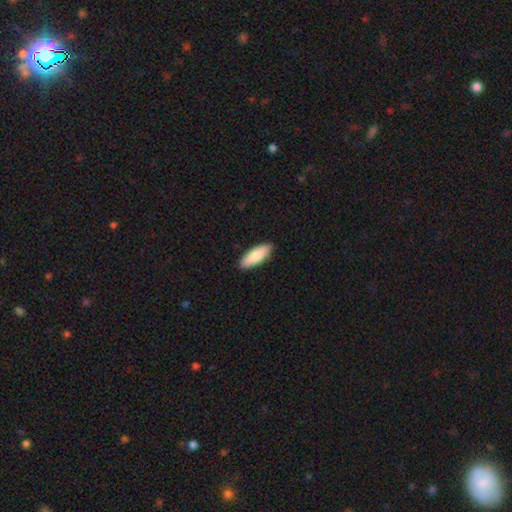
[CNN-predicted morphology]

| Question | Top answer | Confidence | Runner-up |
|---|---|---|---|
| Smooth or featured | smooth | 85% | featured or disk (9%) |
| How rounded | in between | 72% | cigar-shaped (27%) |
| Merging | none | 90% | minor disturbance (8%) |